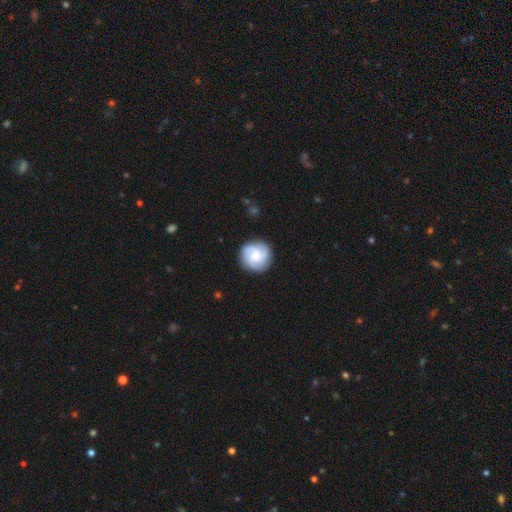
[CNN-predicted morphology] This appears to be a featured or disk galaxy (60%) with no bar (70%), 3 (49%) tight (50%) spiral arms (95%) and a small central bulge (46%). Merging: none (87%).